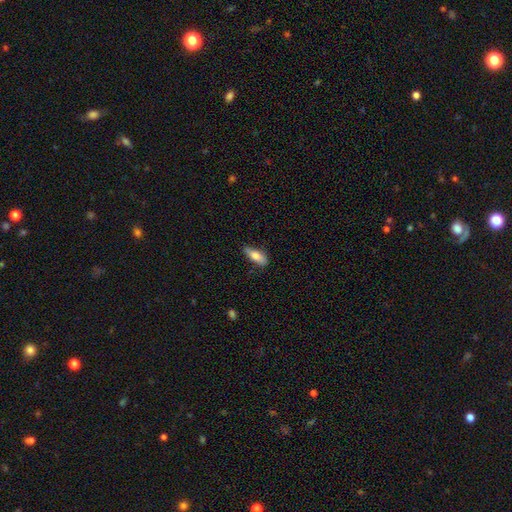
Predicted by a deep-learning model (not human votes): The model was most divided on "how rounded": in between: 67%, cigar-shaped: 30%, round: 2%. More confident: smooth or featured — smooth (75%); merging — none (72%).